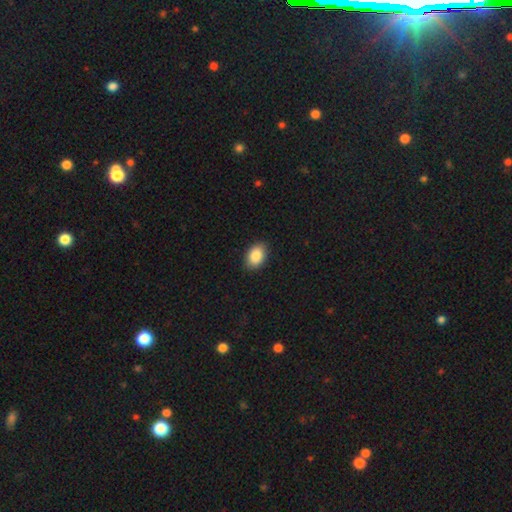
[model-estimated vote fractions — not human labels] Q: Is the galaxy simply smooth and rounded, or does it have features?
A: smooth — 88%.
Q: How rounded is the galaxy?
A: in between — 85%.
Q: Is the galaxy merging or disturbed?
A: none — 89%.